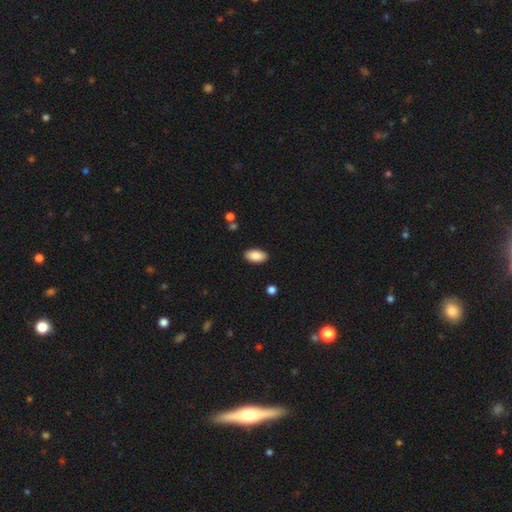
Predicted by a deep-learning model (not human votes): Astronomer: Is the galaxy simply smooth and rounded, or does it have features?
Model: smooth — 88%.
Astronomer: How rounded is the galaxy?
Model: in between — 94%.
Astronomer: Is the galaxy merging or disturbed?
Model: none — 88%.